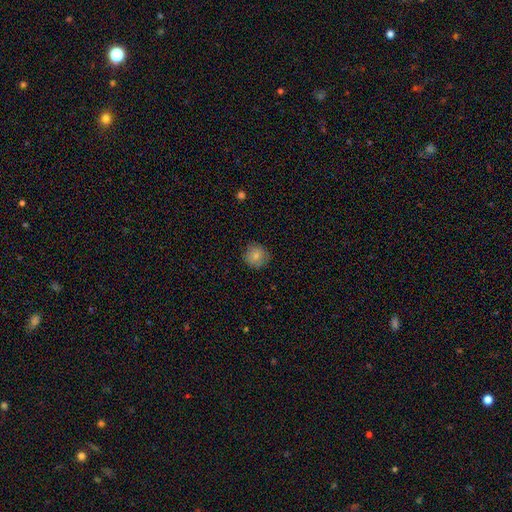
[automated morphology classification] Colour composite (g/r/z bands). It shows a smooth galaxy with no disk features (81%) that is round (92%). Merging: none (85%).